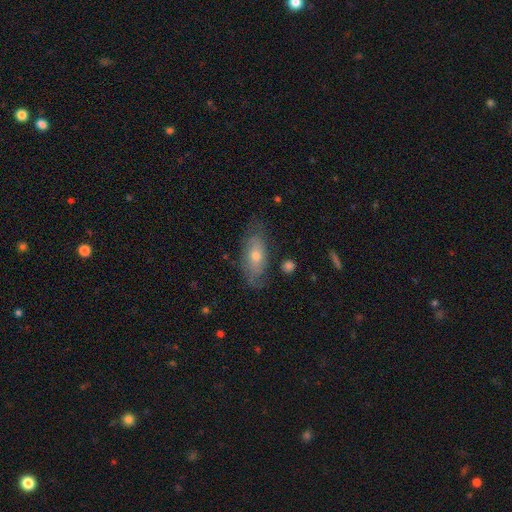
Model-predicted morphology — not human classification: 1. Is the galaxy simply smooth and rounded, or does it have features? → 49% featured or disk, 42% smooth, 8% star or artifact.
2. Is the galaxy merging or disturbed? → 70% none, 21% minor disturbance, 7% major disturbance, 2% merger.